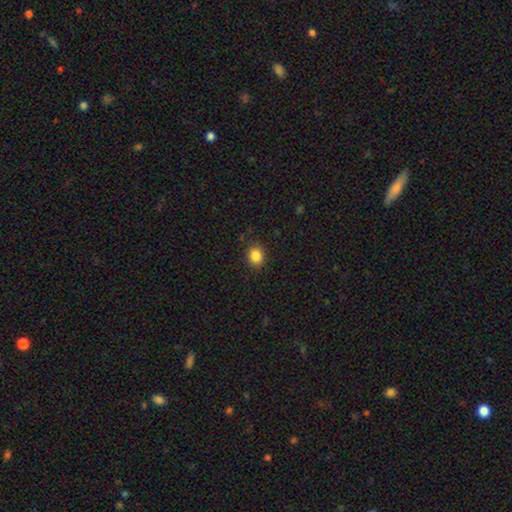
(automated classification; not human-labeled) This is clearly a smooth galaxy (85%). How rounded: likely round (65%). Merging: clearly none (88%).